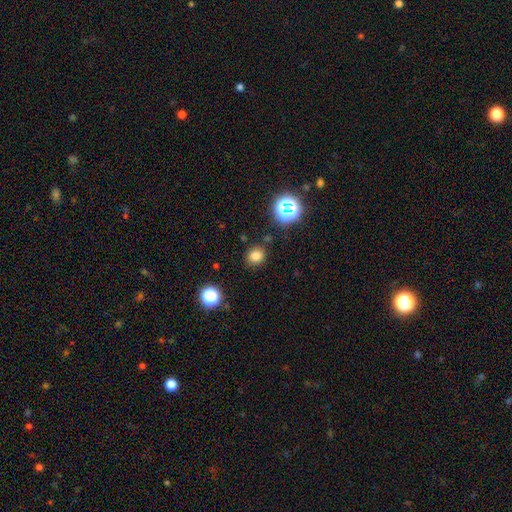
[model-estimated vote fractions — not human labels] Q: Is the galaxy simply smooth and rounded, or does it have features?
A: smooth — 76%.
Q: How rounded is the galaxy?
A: round — 75%.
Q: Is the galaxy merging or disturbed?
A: none — 84%.